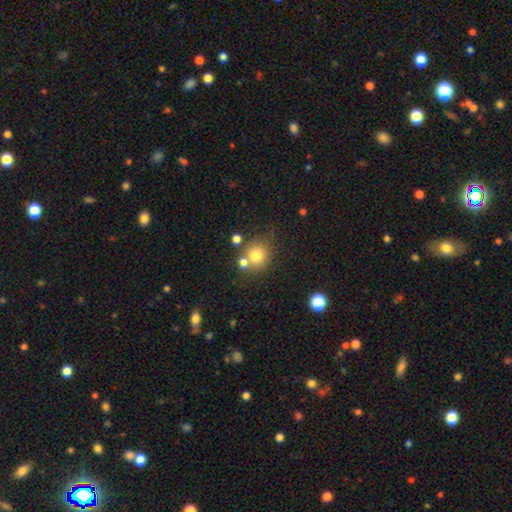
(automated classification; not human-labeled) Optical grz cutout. It shows a smooth galaxy with no disk features (77%) that is round (80%). Merging: none (58%).